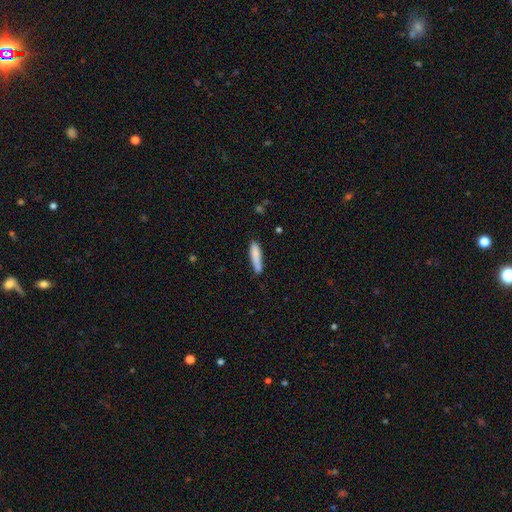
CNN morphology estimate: Smooth or featured? smooth (83%)
How rounded? cigar-shaped (79%)
Merging? none (67%)